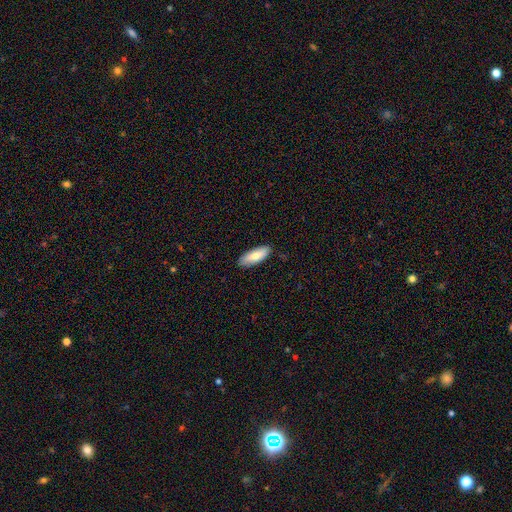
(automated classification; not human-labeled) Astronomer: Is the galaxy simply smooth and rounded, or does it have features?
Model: smooth — 77%.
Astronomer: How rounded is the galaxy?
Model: in between — 72%.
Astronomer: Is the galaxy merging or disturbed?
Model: none — 88%.